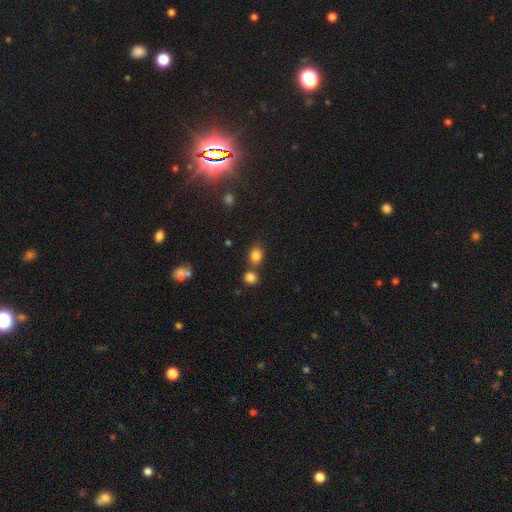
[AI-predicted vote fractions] smooth-or-featured: smooth: 82% | star or artifact: 12% | featured or disk: 6%
  how-rounded: round: 60% | in between: 39% | cigar-shaped: 1%
  merging: none: 63% | merger: 24% | minor disturbance: 10% | major disturbance: 3%